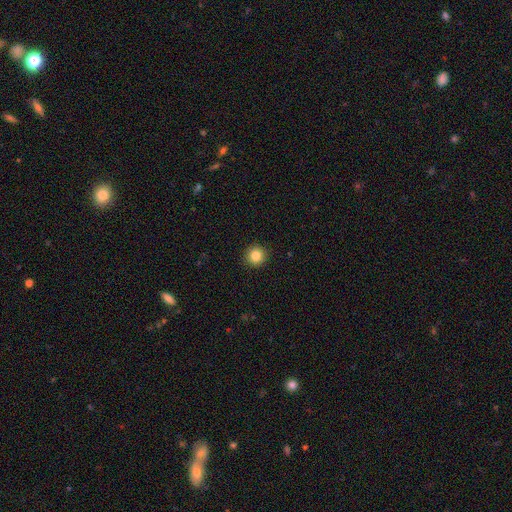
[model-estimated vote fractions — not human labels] Morphology: type=smooth (85%); roundness=round (95%); merging=none (92%).